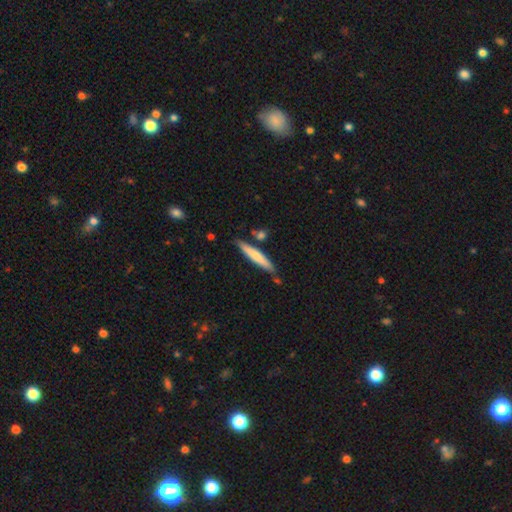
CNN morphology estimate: type=smooth (66%); roundness=cigar-shaped (93%); merging=none (79%).